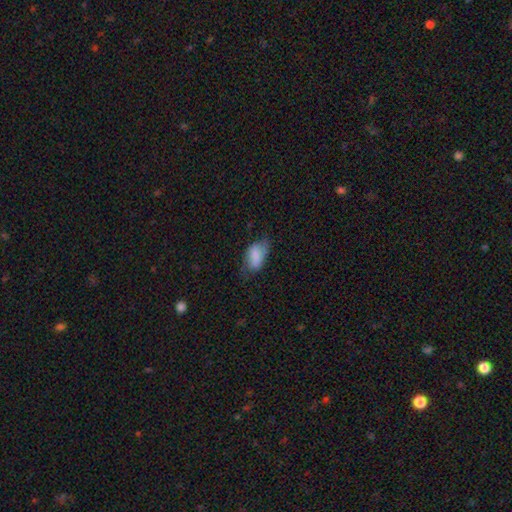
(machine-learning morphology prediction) This appears to be a smooth galaxy with no disk features (77%) that is in between round and cigar-shaped (92%). Merging: none (51%).